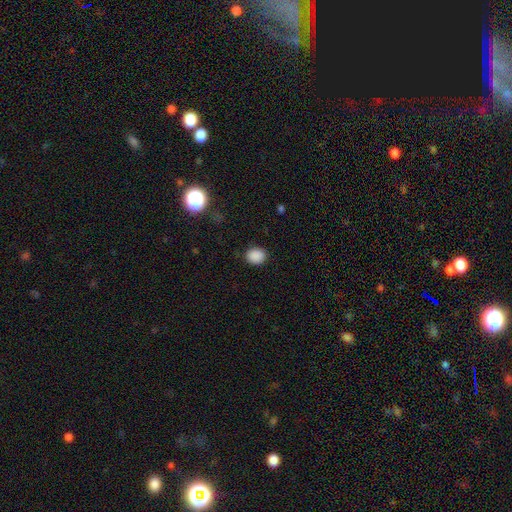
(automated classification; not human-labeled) Q: Smooth or featured?
A: smooth (87%); runner-up: star or artifact (10%)
Q: How rounded?
A: round (64%); runner-up: in between (35%)
Q: Merging?
A: none (87%); runner-up: minor disturbance (9%)